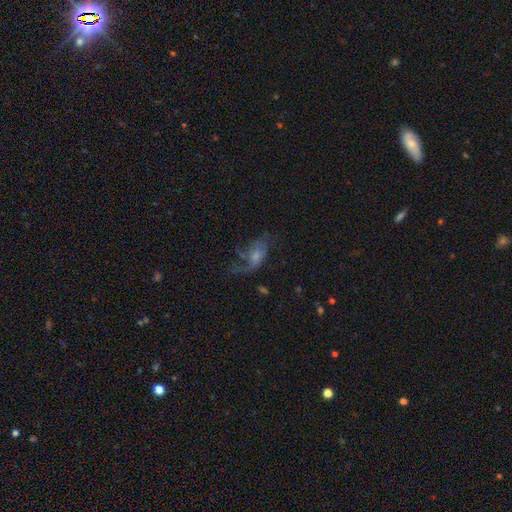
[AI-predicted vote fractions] Smooth or featured? featured or disk (62%)
Edge-on disk? no (93%)
Bar? no (69%)
Spiral arms? yes (78%)
Bulge size? small (44%)
Merging? none (43%)